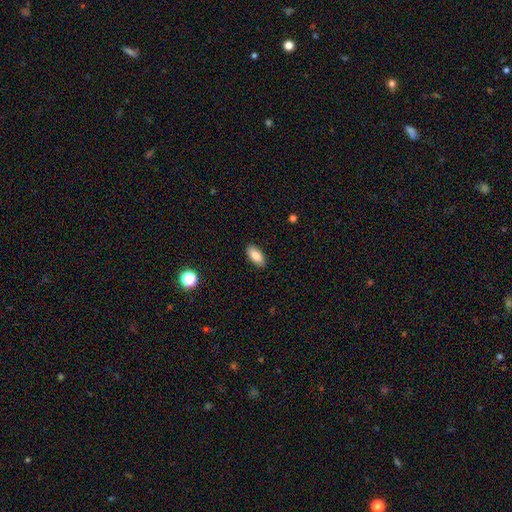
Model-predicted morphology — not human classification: The model was most divided on "smooth or featured": smooth: 86%, star or artifact: 7%, featured or disk: 7%. More confident: merging — none (89%); how rounded — in between (88%).